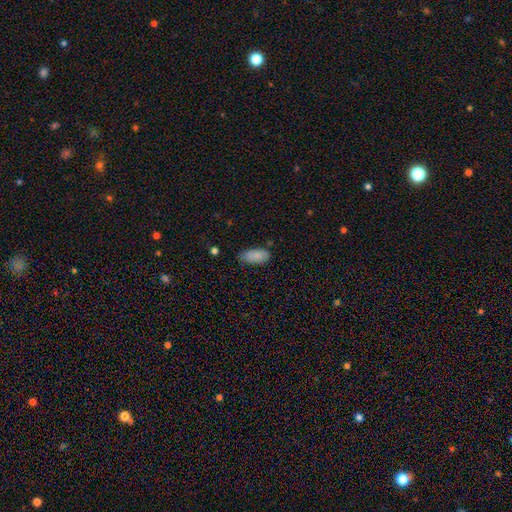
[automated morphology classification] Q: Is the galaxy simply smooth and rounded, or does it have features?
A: smooth — 85%.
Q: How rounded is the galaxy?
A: in between — 90%.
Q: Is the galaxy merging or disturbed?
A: none — 70%.